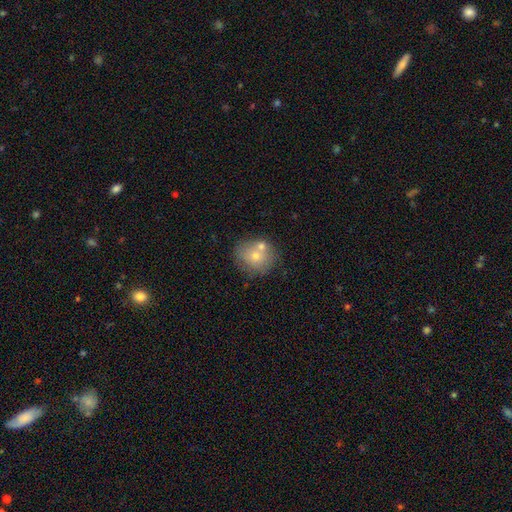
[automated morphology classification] Smooth or featured? smooth (68%)
How rounded? round (77%)
Merging? none (53%)